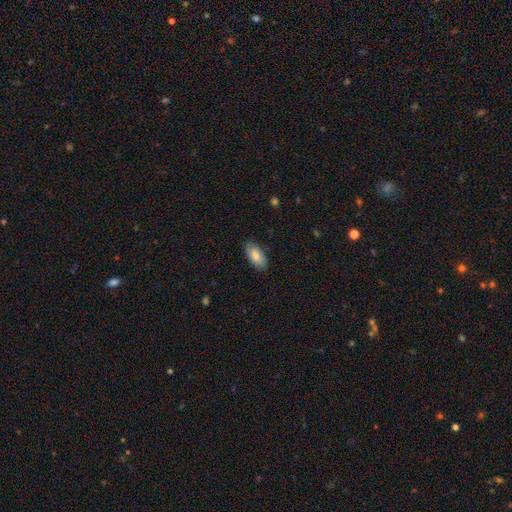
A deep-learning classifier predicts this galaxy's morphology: This is likely a smooth galaxy (78%). How rounded: clearly in between (92%). Merging: clearly none (83%).